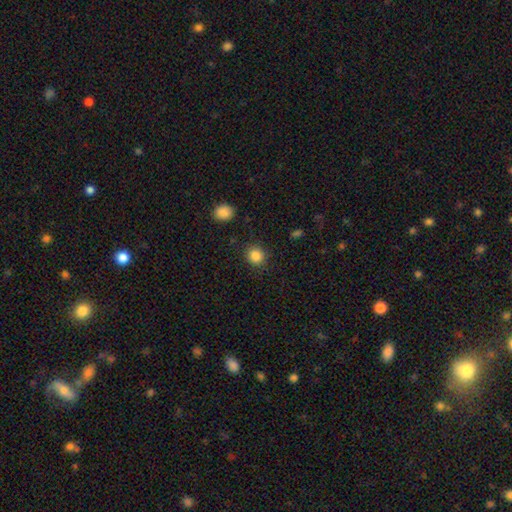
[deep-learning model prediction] A smooth galaxy with no disk features (86%) that is round (88%). Merging: none (87%).